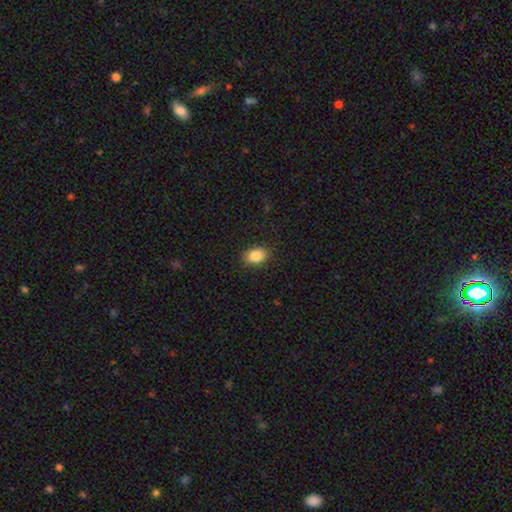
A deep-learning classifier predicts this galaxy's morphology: Overall: smooth (86%). How rounded: in between (76%). Merging: none (88%).